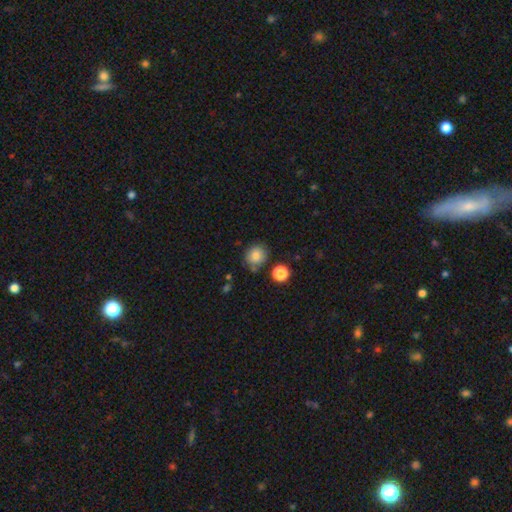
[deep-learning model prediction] Smooth or featured?
  - smooth: 83% *
  - star or artifact: 10%
  - featured or disk: 7%
How rounded?
  - round: 81% *
  - in between: 18%
  - cigar-shaped: 1%
Merging?
  - none: 74% *
  - minor disturbance: 15%
  - merger: 7%
  - major disturbance: 4%